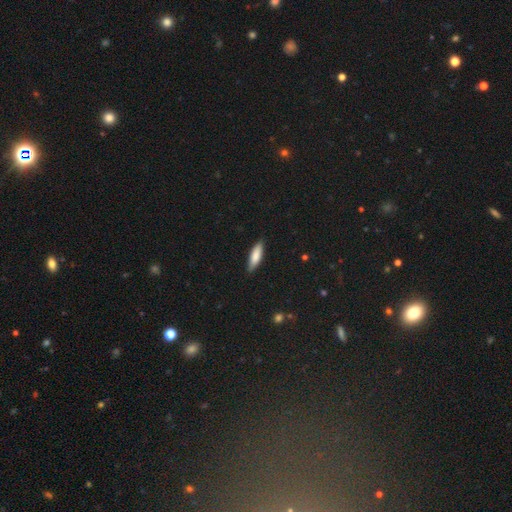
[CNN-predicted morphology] This appears to be a smooth galaxy with no disk features (82%) that is cigar-shaped (53%). Merging: none (84%).